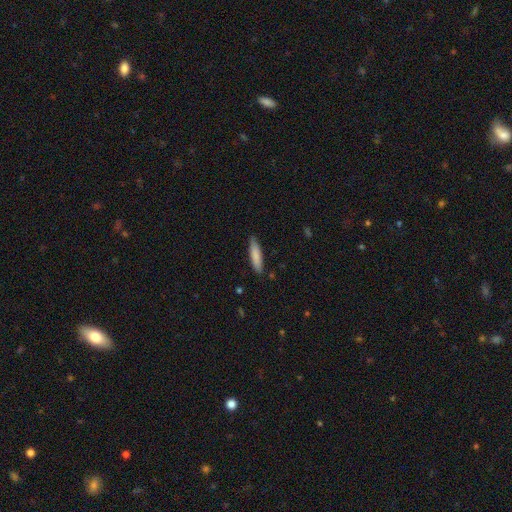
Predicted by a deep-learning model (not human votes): Q: Smooth or featured?
A: smooth (82%); runner-up: featured or disk (12%)
Q: How rounded?
A: cigar-shaped (78%); runner-up: in between (21%)
Q: Merging?
A: none (85%); runner-up: minor disturbance (12%)